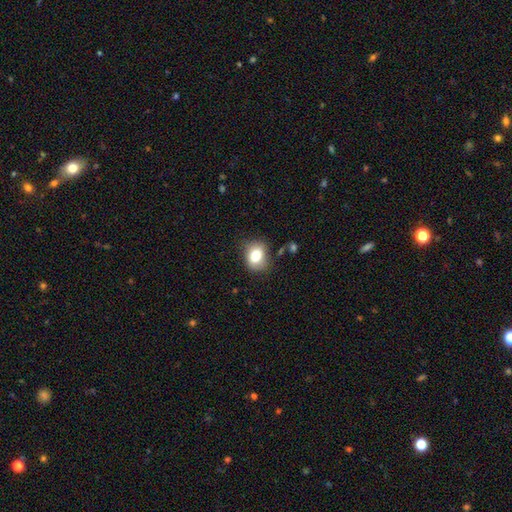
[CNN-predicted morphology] smooth 78%, featured or disk 12%, star or artifact 10%. Down the decision tree: how rounded — round (55%); merging — none (75%).